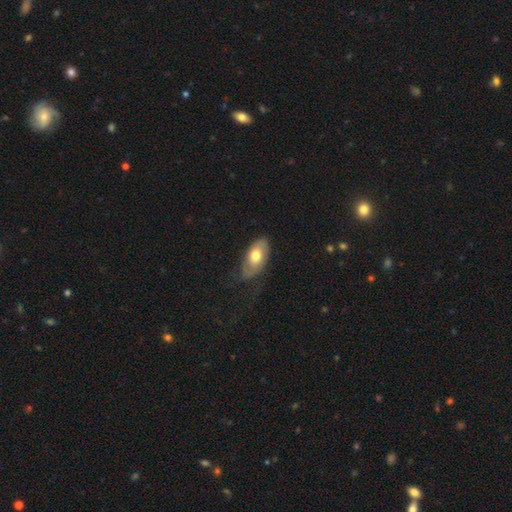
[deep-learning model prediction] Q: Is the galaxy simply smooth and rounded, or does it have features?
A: smooth — 61%.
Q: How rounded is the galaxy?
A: in between — 92%.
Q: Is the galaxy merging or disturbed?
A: none — 60%.